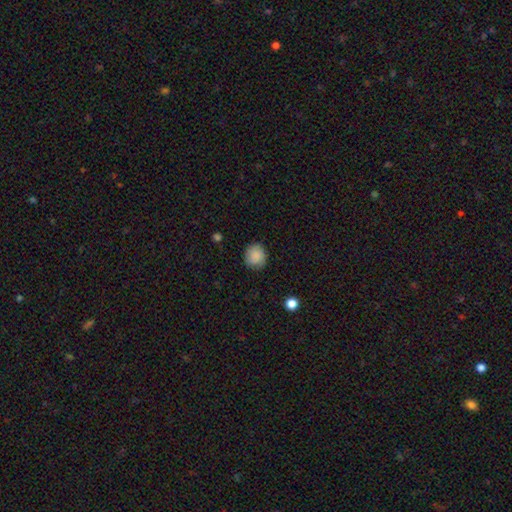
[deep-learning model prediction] This is clearly a smooth galaxy (88%). How rounded: clearly round (86%). Merging: clearly none (85%).